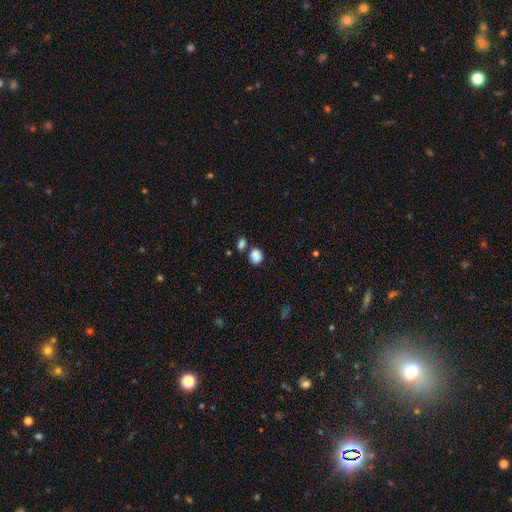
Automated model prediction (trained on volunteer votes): Overall: smooth (86%). How rounded: round (59%; in between 40%). Merging: none (61%).